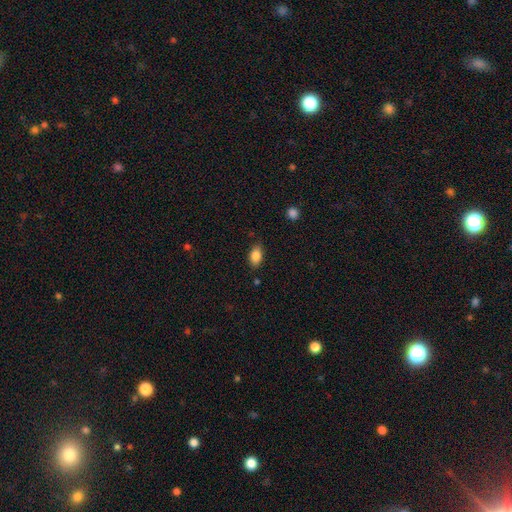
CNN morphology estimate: smooth 86%, star or artifact 8%, featured or disk 6%. Down the decision tree: how rounded — in between (90%); merging — none (83%).